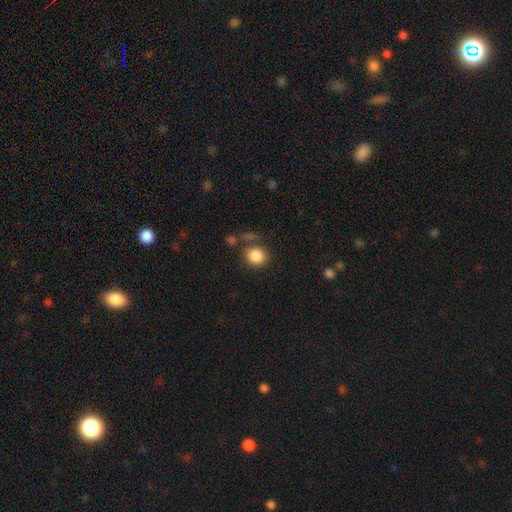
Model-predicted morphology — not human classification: smooth 86%, star or artifact 9%, featured or disk 5%. Down the decision tree: how rounded — round (74%); merging — none (74%).